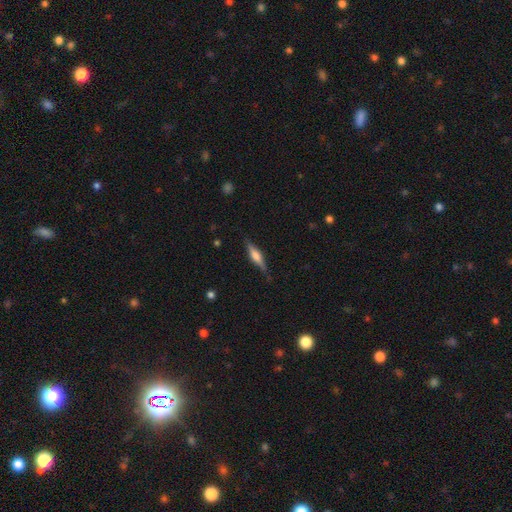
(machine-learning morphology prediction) Smooth or featured? featured or disk (55%)
Edge-on disk? yes (96%)
Edge-on bulge? rounded (72%)
Merging? none (83%)